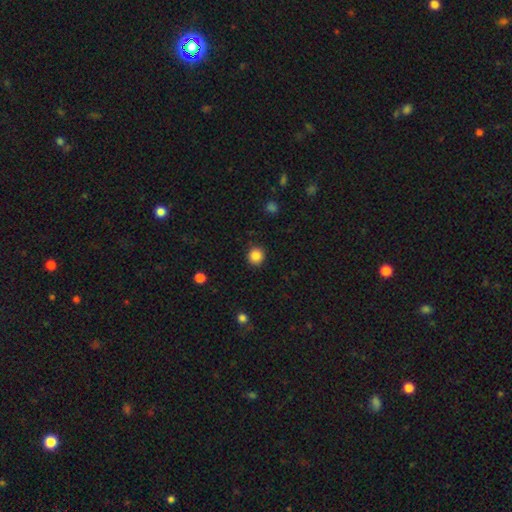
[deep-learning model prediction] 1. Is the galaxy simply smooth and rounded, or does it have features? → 86% smooth, 10% star or artifact, 3% featured or disk.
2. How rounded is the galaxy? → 92% round, 7% in between, 1% cigar-shaped.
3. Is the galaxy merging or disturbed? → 91% none, 6% minor disturbance, 2% major disturbance, 1% merger.